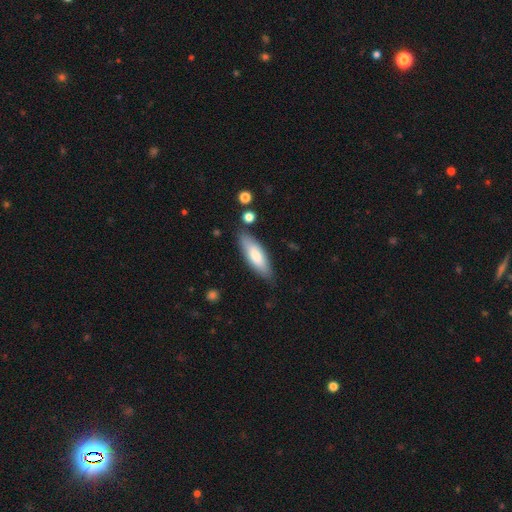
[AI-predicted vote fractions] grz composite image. It shows a smooth galaxy with no disk features (73%) that is in between round and cigar-shaped (53%). Merging: none (80%).